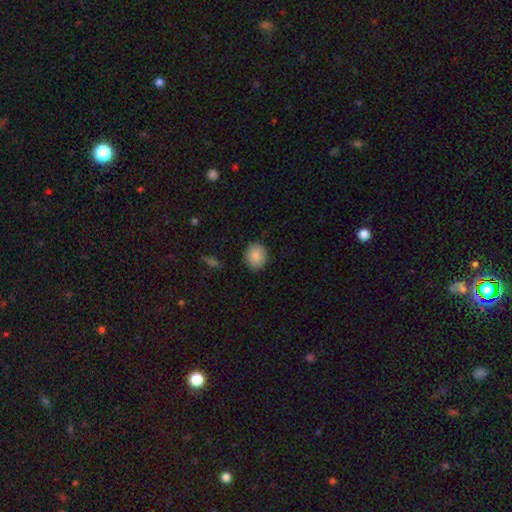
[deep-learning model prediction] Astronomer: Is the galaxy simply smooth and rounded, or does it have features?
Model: smooth — 87%.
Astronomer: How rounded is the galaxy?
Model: round — 76%.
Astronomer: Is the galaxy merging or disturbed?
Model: none — 88%.